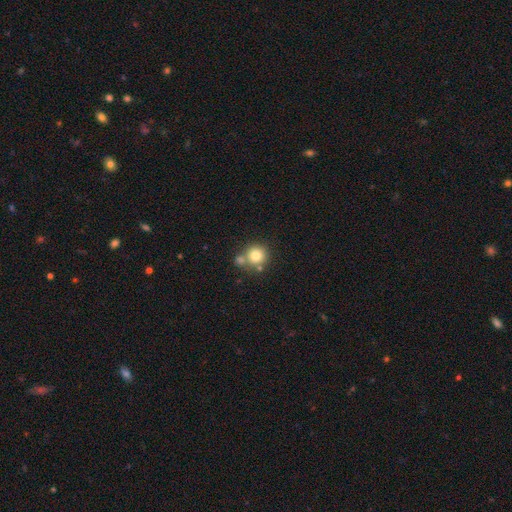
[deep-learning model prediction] Q: Smooth or featured?
A: smooth (78%); runner-up: star or artifact (11%)
Q: How rounded?
A: round (91%); runner-up: in between (8%)
Q: Merging?
A: none (59%); runner-up: merger (28%)